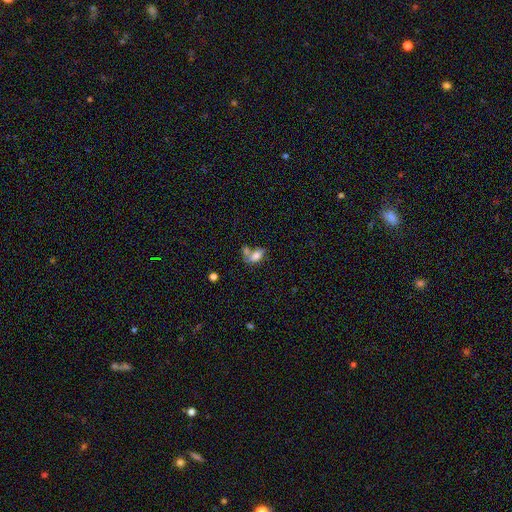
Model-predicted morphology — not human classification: This appears to be a smooth galaxy with no disk features (75%) that is in between round and cigar-shaped (88%). Merging: merger (42%).